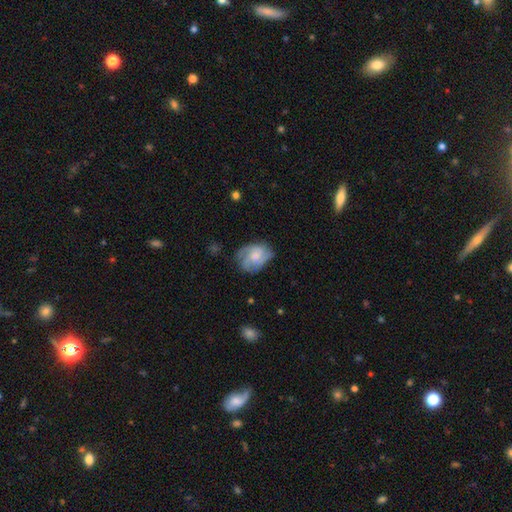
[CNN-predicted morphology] Overall: featured or disk (66%; smooth 28%). Edge-on disk: no (97%). Bar: no (67%; weak 29%). Spiral arms: yes (89%). Spiral arm count: 3 (44%; 2 20%). Spiral winding: medium (47%; tight 34%). Bulge size: moderate (48%; small 42%). Merging: none (62%; minor disturbance 26%).